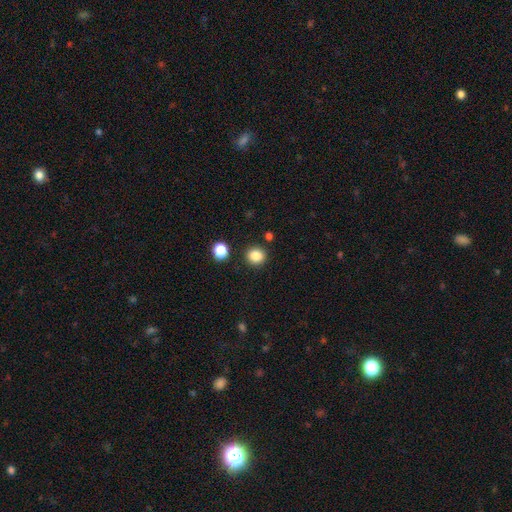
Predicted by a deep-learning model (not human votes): Smooth or featured? smooth (85%)
How rounded? round (88%)
Merging? none (89%)